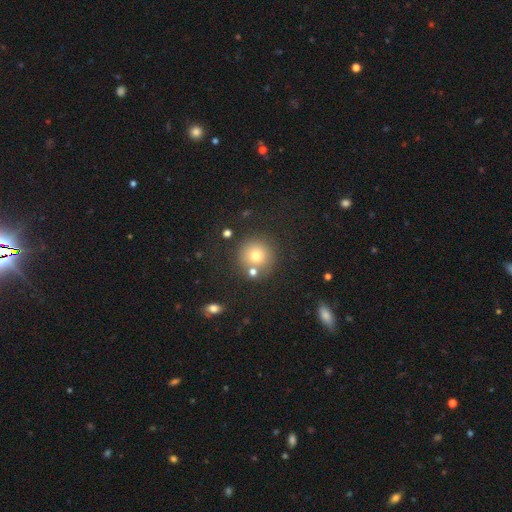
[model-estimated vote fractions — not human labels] This appears to be a smooth galaxy with no disk features (74%) that is round (94%). Merging: none (76%).